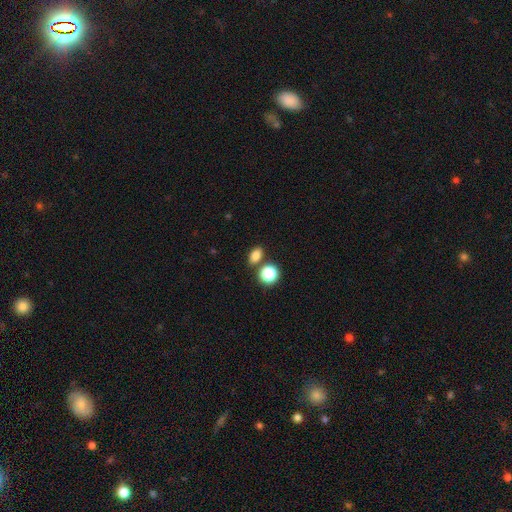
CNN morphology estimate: This appears to be a smooth galaxy with no disk features (81%) that is in between round and cigar-shaped (71%). Merging: none (73%).